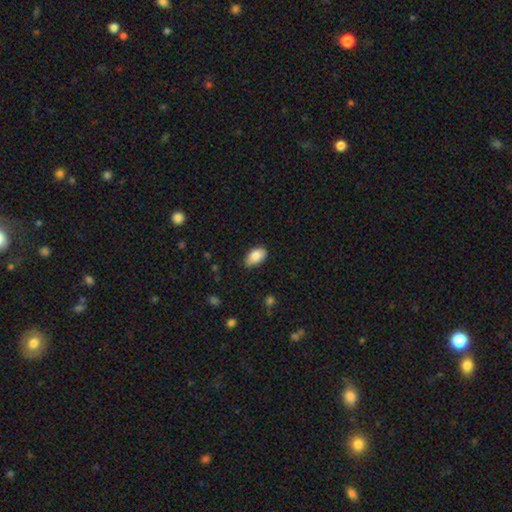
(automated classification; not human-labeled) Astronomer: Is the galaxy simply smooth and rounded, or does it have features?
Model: smooth — 86%.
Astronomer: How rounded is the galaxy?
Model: in between — 92%.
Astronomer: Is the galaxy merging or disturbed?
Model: none — 78%.